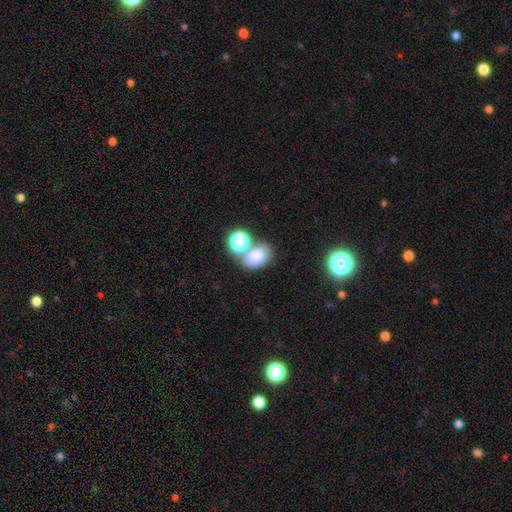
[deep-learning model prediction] Overall: smooth (75%). How rounded: in between (71%). Merging: none (50%; merger 31%).